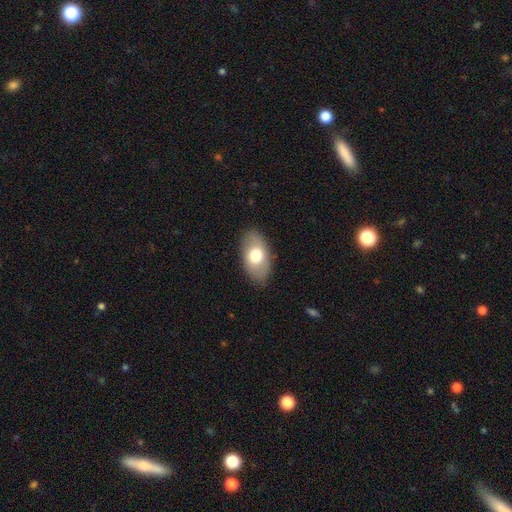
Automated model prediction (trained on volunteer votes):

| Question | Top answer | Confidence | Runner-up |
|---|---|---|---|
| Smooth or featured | smooth | 70% | featured or disk (24%) |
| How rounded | in between | 93% | round (5%) |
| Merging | none | 84% | minor disturbance (12%) |